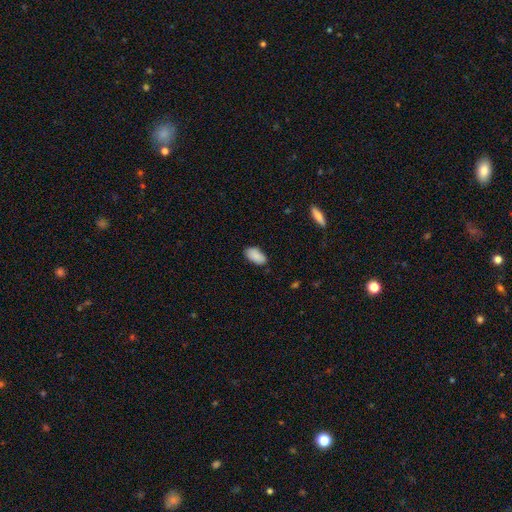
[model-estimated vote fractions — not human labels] Q: Smooth or featured?
A: smooth (89%); runner-up: star or artifact (7%)
Q: How rounded?
A: in between (95%); runner-up: round (3%)
Q: Merging?
A: none (82%); runner-up: minor disturbance (14%)